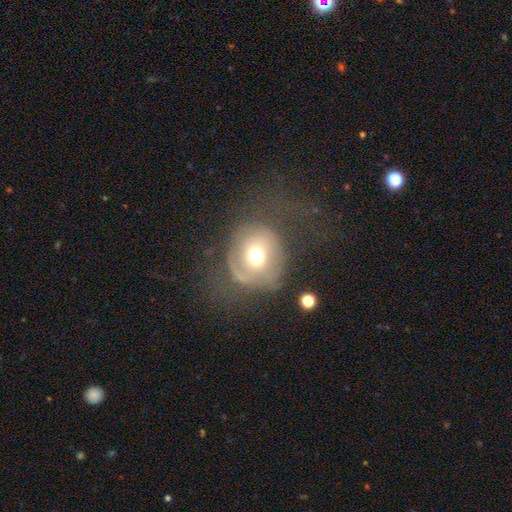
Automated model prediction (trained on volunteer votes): This is possibly a featured or disk galaxy (48%). Merging: marginally none (37%, tied with major disturbance).